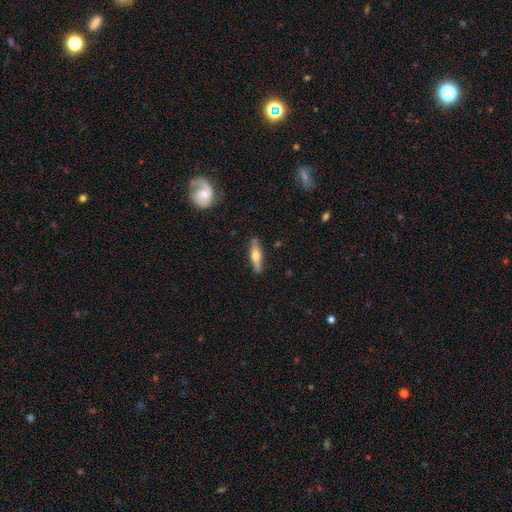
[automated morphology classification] type=smooth (50%); merging=none (88%).